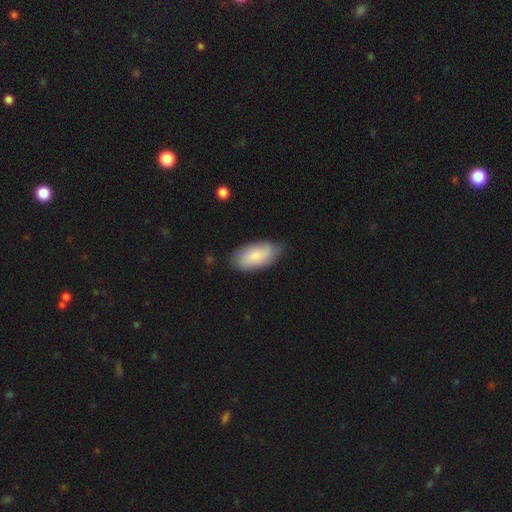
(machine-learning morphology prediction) smooth_or_featured: smooth (p=0.77) [alt: featured or disk p=0.17]
how_rounded: in between (p=0.94) [alt: cigar-shaped p=0.04]
merging: none (p=0.74) [alt: minor disturbance p=0.21]